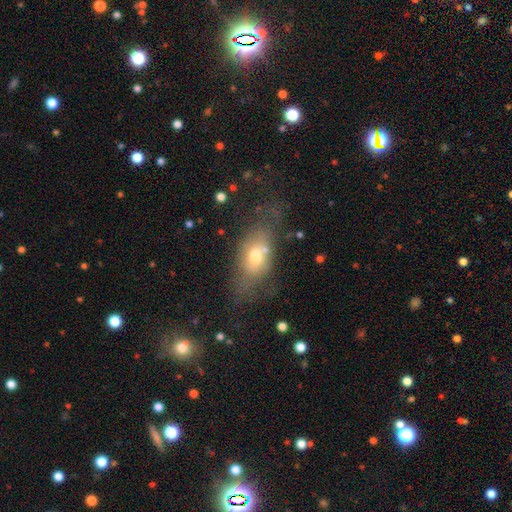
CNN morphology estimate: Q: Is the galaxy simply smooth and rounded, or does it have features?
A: smooth — 58%.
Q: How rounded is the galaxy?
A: in between — 80%.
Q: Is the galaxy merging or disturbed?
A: none — 49%.